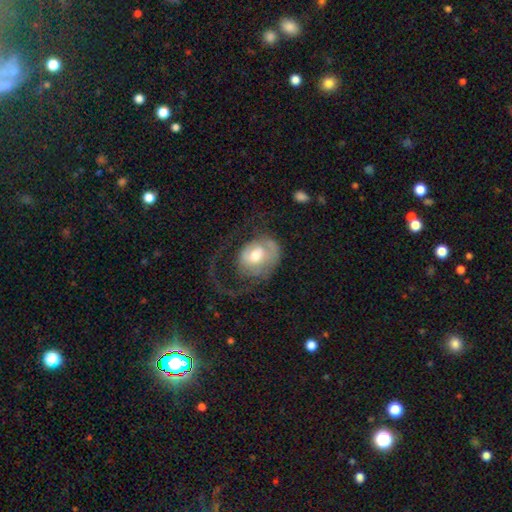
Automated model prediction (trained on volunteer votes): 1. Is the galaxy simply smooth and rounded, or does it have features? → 62% featured or disk, 32% smooth, 6% star or artifact.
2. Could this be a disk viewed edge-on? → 97% no, 3% yes.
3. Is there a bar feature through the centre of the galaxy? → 63% no, 30% weak, 7% strong.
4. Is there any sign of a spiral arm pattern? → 70% yes, 30% no.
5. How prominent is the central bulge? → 68% moderate, 15% small, 14% large, 2% dominant, 1% none.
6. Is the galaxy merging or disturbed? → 54% major disturbance, 29% none, 14% minor disturbance, 2% merger.